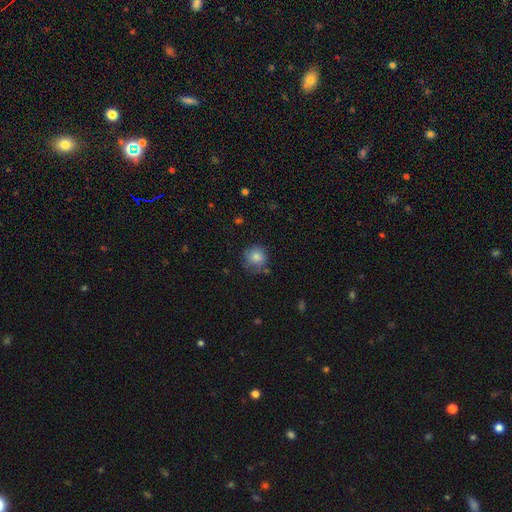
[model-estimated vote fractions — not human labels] Q: Smooth or featured?
A: smooth (80%); runner-up: featured or disk (11%)
Q: How rounded?
A: round (89%); runner-up: in between (10%)
Q: Merging?
A: none (66%); runner-up: minor disturbance (23%)